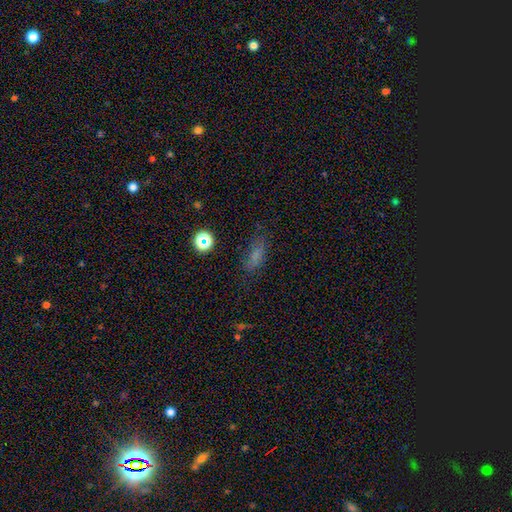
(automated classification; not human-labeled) A smooth galaxy with no disk features (65%) that is in between round and cigar-shaped (66%). Merging: none (67%).